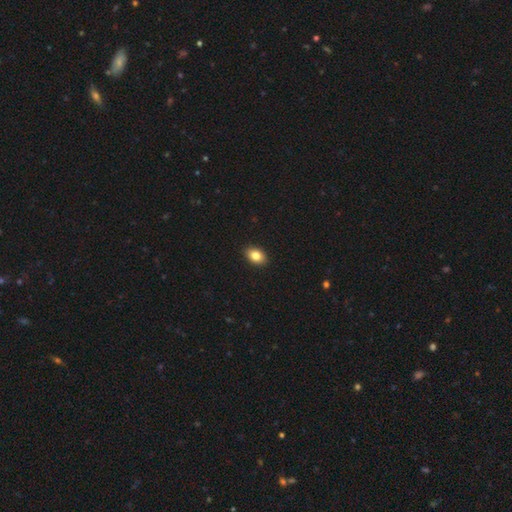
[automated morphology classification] type=smooth (83%); roundness=in between (82%); merging=none (91%).